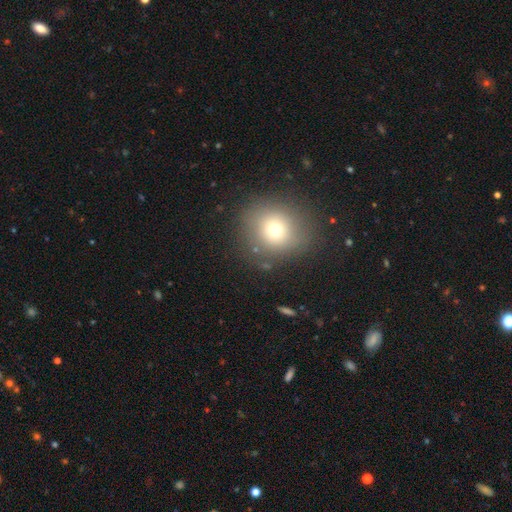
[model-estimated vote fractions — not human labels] A smooth galaxy with no disk features (65%) that is round (84%). Merging: none (84%).